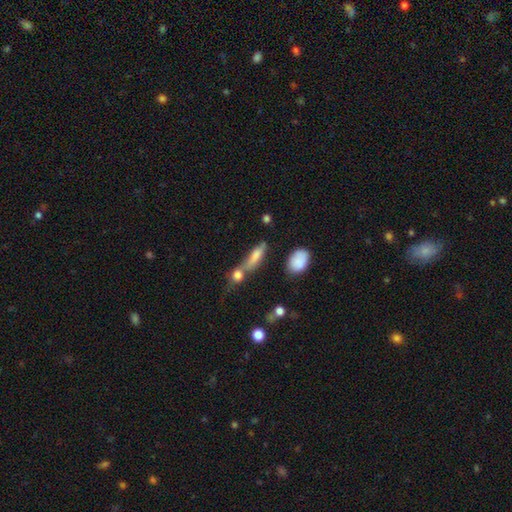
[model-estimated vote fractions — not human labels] This is likely a smooth galaxy (71%). How rounded: possibly cigar-shaped (49%). Merging: marginally merger (44%).